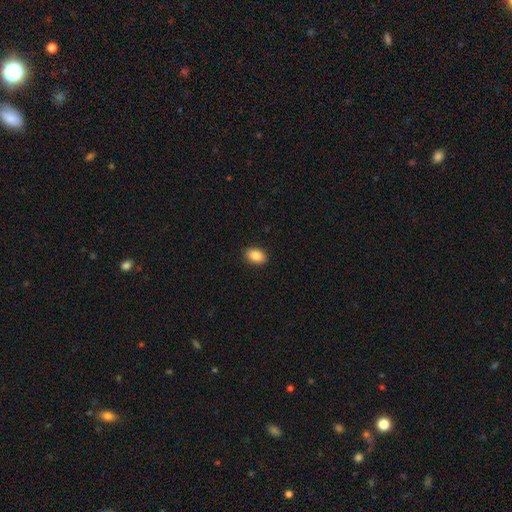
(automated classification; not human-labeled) Smooth or featured?
  - smooth: 87% *
  - star or artifact: 8%
  - featured or disk: 5%
How rounded?
  - in between: 85% *
  - round: 14%
  - cigar-shaped: 1%
Merging?
  - none: 90% *
  - minor disturbance: 7%
  - major disturbance: 2%
  - merger: 1%